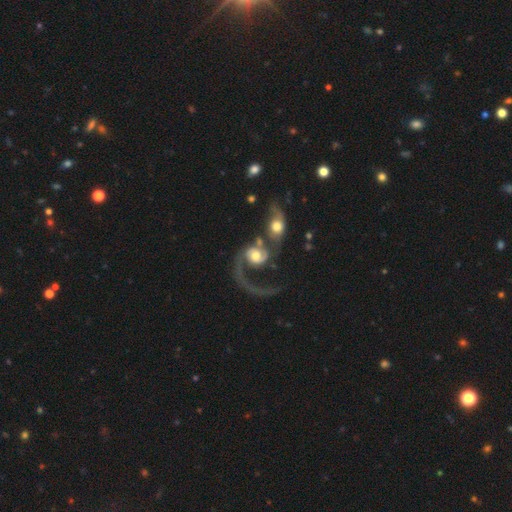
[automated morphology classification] This is likely a featured or disk galaxy (75%). It is clearly not viewed edge-on (97%). Bar: likely no (66%). Spiral arm pattern: clearly yes (90%). Spiral arm count: likely 1 (62%). Spiral winding: likely loose (65%). Central bulge: possibly moderate (57%). Merging: possibly merger (55%).